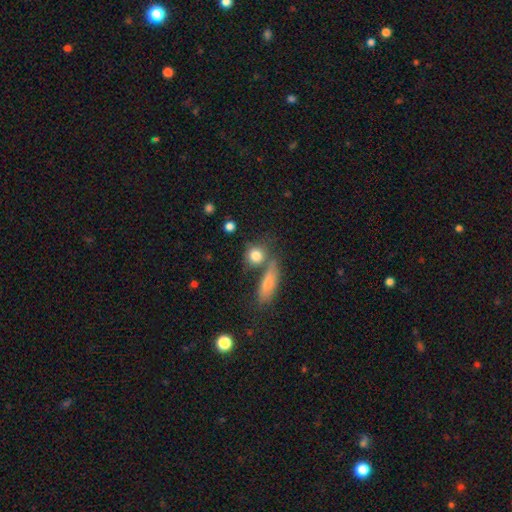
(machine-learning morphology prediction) Q: Smooth or featured?
A: smooth (81%); runner-up: featured or disk (9%)
Q: How rounded?
A: round (73%); runner-up: in between (20%)
Q: Merging?
A: none (57%); runner-up: merger (25%)